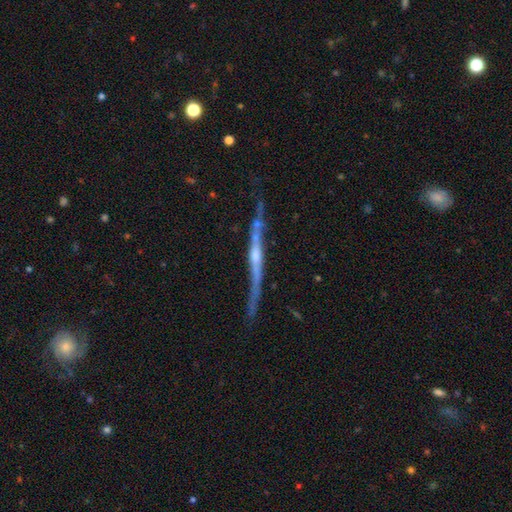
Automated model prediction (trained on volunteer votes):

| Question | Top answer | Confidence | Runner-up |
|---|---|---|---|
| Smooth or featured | featured or disk | 82% | smooth (11%) |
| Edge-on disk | yes | 94% | no (6%) |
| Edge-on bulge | rounded | 63% | none (25%) |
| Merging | none | 66% | minor disturbance (23%) |